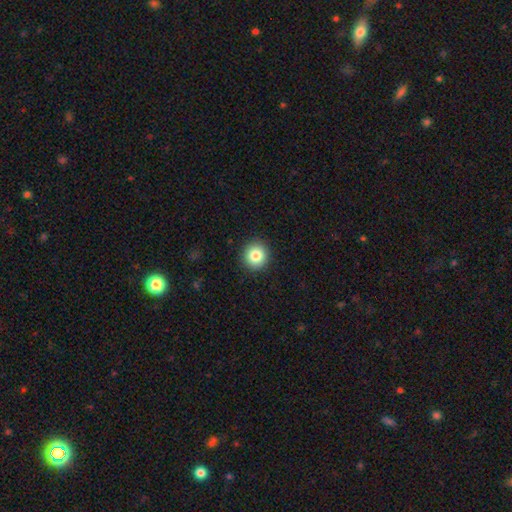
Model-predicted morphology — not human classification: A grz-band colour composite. It shows a smooth galaxy with no disk features (83%) that is round (92%). Merging: none (92%).